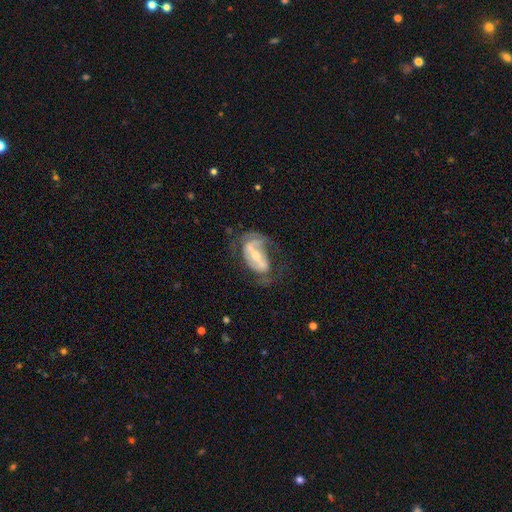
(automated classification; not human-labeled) This appears to be a featured or disk galaxy (80%) with a strong bar (58%), 2 (67%) medium (42%) spiral arms (79%) and a small central bulge (49%). Merging: none (47%).